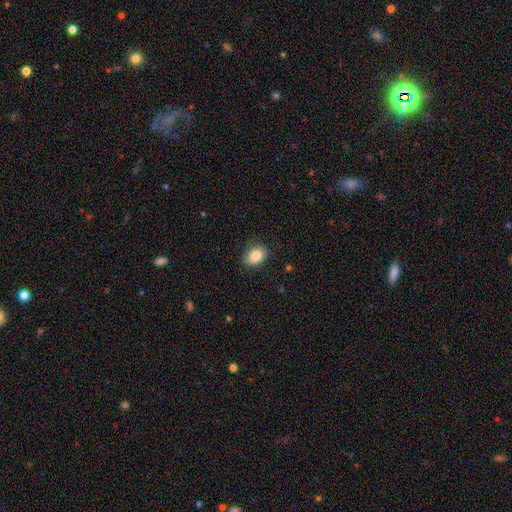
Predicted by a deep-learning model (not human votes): Smooth or featured? smooth (84%)
How rounded? in between (72%)
Merging? none (83%)